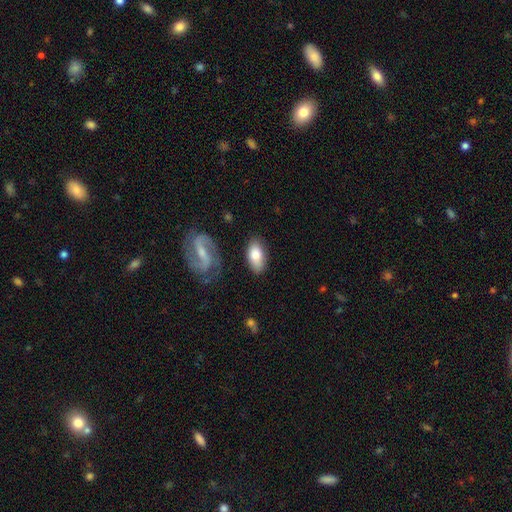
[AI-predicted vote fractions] A smooth galaxy with no disk features (73%) that is in between round and cigar-shaped (91%). Merging: none (78%).